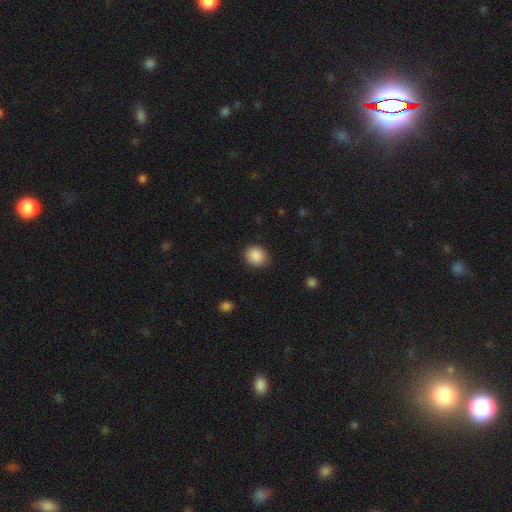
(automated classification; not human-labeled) This appears to be a smooth galaxy with no disk features (88%) that is round (66%). Merging: none (87%).